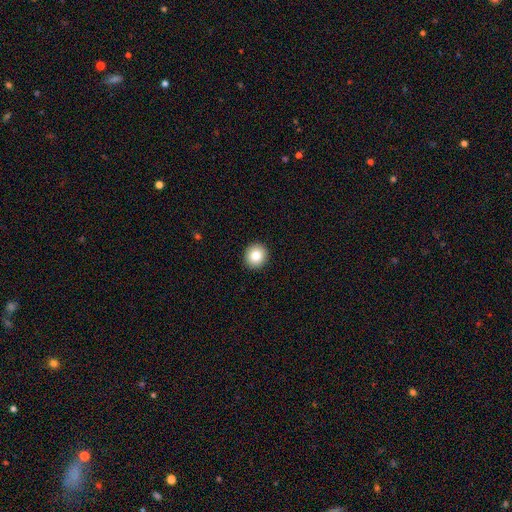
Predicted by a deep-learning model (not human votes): Smooth or featured? smooth (83%)
How rounded? round (88%)
Merging? none (93%)